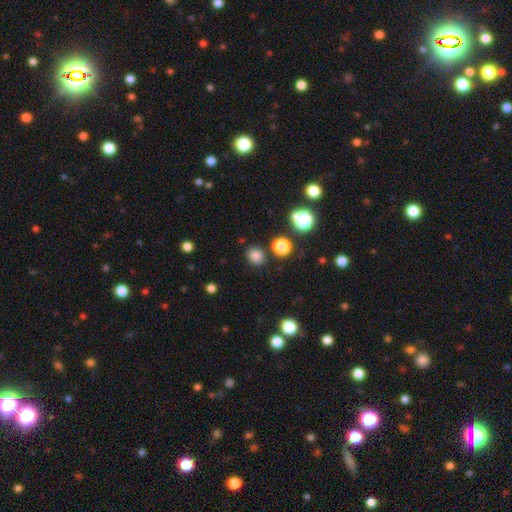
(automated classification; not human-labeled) Overall: smooth (80%). How rounded: round (65%; in between 34%). Merging: none (84%).